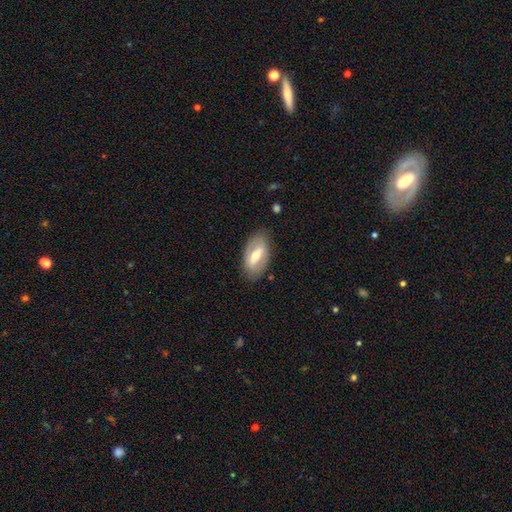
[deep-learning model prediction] A featured or disk galaxy (54%).

Vote fractions:
- Smooth or featured? featured or disk: 54% / smooth: 40% / star or artifact: 6%
- Edge-on disk? no: 83% / yes: 17%
- Merging? none: 81% / minor disturbance: 13% / major disturbance: 4% / merger: 1%